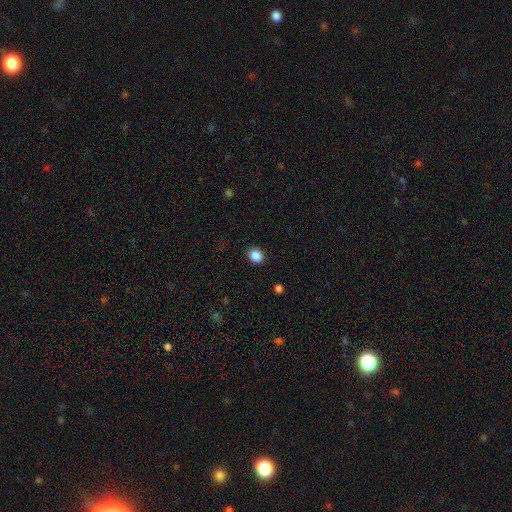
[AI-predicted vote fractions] Overall: smooth (88%). How rounded: round (65%; in between 34%). Merging: none (90%).